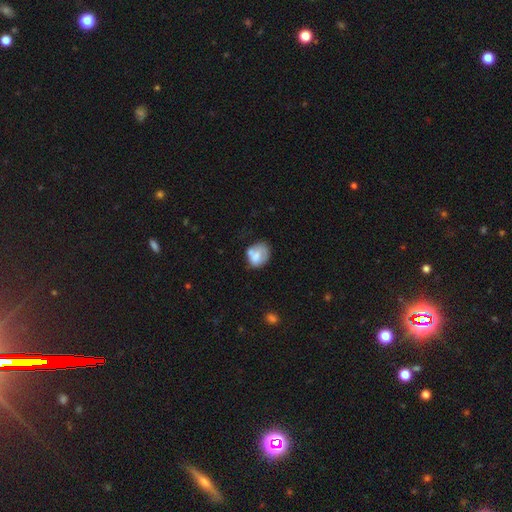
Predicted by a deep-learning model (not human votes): A smooth galaxy with no disk features (63%) that is round (53%).

Vote fractions:
- Smooth or featured? smooth: 63% / featured or disk: 28% / star or artifact: 8%
- How rounded? round: 53% / in between: 46% / cigar-shaped: 1%
- Merging? none: 40% / minor disturbance: 26% / merger: 20% / major disturbance: 14%